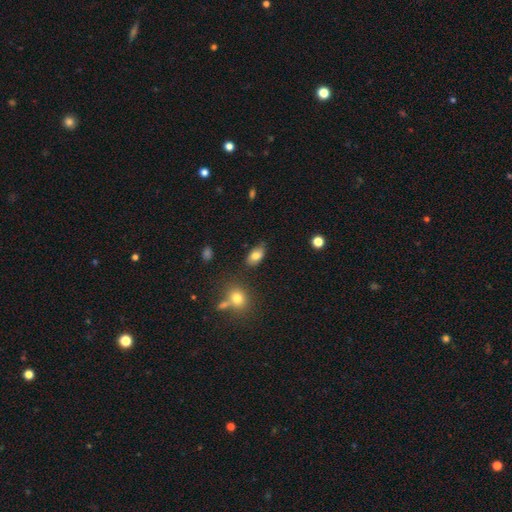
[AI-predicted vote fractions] smooth 80%, featured or disk 11%, star or artifact 9%. Down the decision tree: how rounded — in between (91%); merging — none (76%).